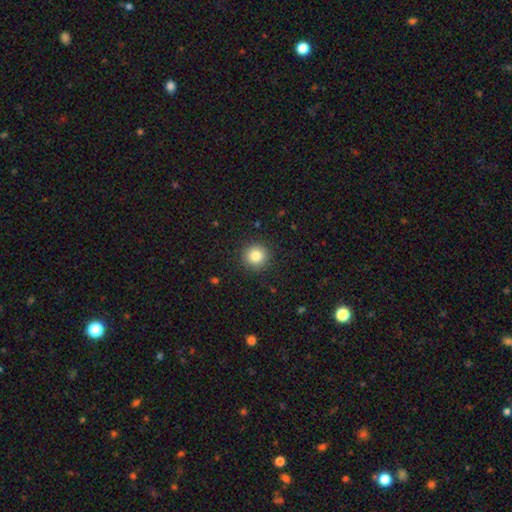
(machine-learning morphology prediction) Overall: smooth (83%). How rounded: round (94%). Merging: none (91%).